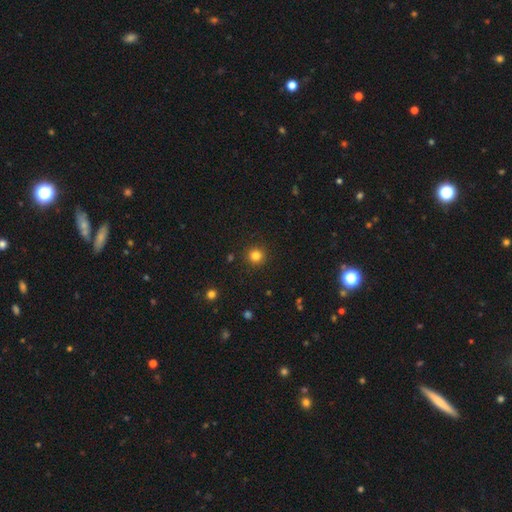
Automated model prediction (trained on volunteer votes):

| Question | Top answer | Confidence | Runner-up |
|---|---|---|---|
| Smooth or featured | smooth | 82% | star or artifact (13%) |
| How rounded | round | 94% | in between (5%) |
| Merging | none | 91% | minor disturbance (6%) |